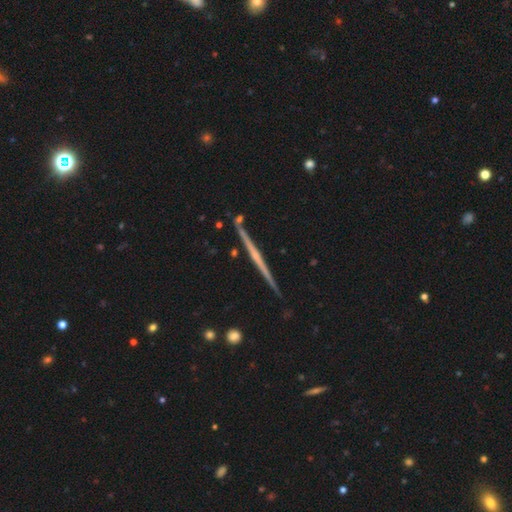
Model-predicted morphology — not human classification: Smooth or featured?
  - featured or disk: 78% *
  - smooth: 16%
  - star or artifact: 6%
Edge-on disk?
  - yes: 99% *
  - no: 1%
Edge-on bulge?
  - none: 56% *
  - rounded: 36%
  - boxy: 7%
Merging?
  - none: 90% *
  - minor disturbance: 6%
  - merger: 2%
  - major disturbance: 1%